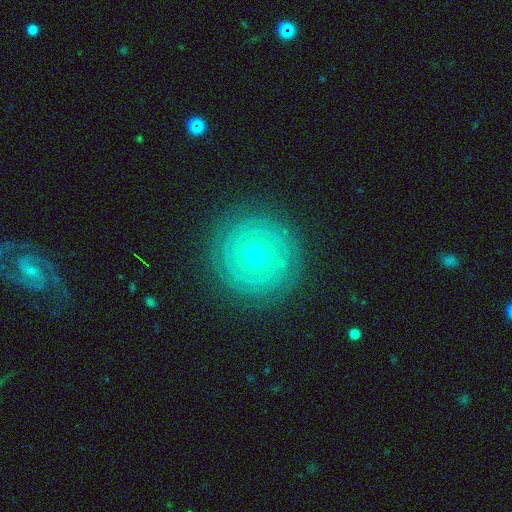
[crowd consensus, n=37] featured or disk 89%, smooth 5%, star or artifact 5%. Down the decision tree: edge-on disk — no (97%); bar — no (81%); spiral arms — yes (94%); spiral arm count — 2 (57%); spiral winding — tight (83%); bulge size — small (69%); merging — none (94%).